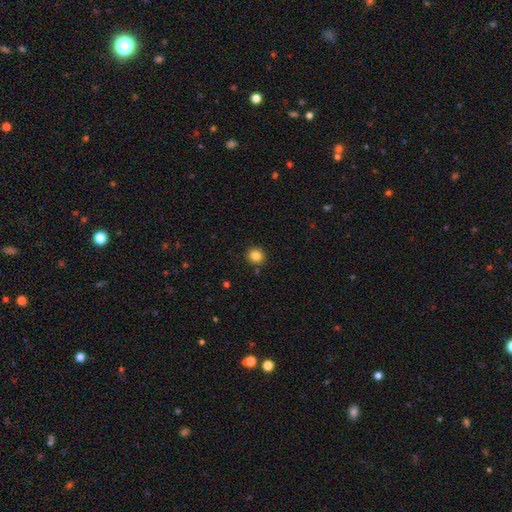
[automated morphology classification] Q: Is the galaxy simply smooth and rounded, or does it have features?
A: smooth — 85%.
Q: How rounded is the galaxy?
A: round — 92%.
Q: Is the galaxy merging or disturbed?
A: none — 91%.